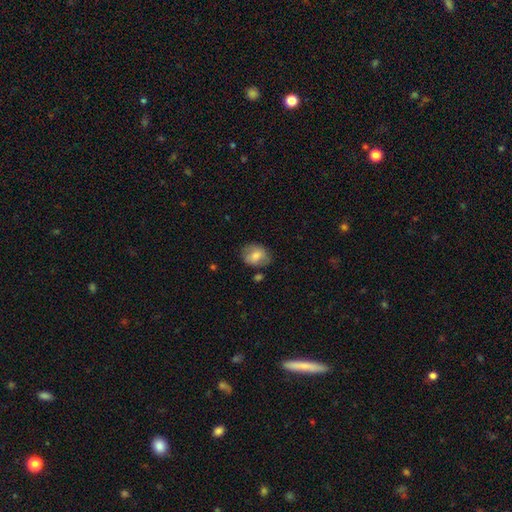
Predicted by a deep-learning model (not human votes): smooth-or-featured: smooth: 68% | featured or disk: 24% | star or artifact: 8%
  how-rounded: in between: 58% | round: 41% | cigar-shaped: 1%
  merging: none: 67% | minor disturbance: 22% | major disturbance: 6% | merger: 4%